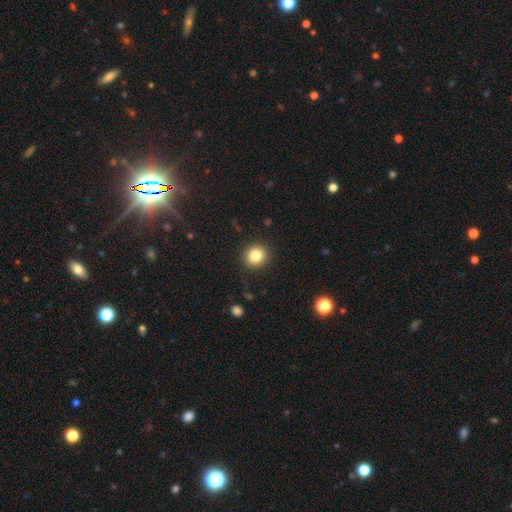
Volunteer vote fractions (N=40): This appears to be a smooth galaxy with no disk features (88%) that is round (74%). Merging: none (97%).